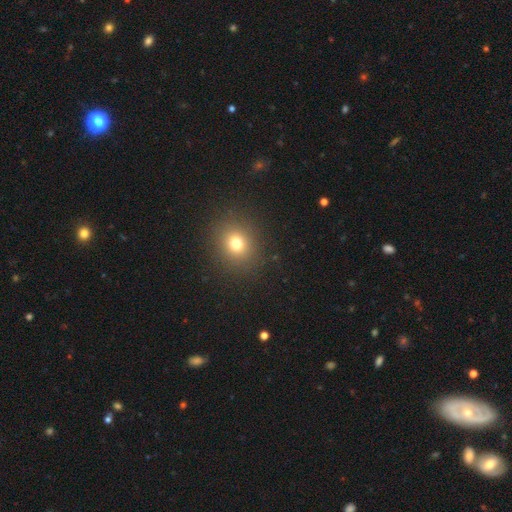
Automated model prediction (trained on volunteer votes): smooth-or-featured: smooth: 68% | star or artifact: 25% | featured or disk: 6%
  how-rounded: round: 80% | in between: 19% | cigar-shaped: 1%
  merging: none: 92% | minor disturbance: 5% | major disturbance: 2% | merger: 1%